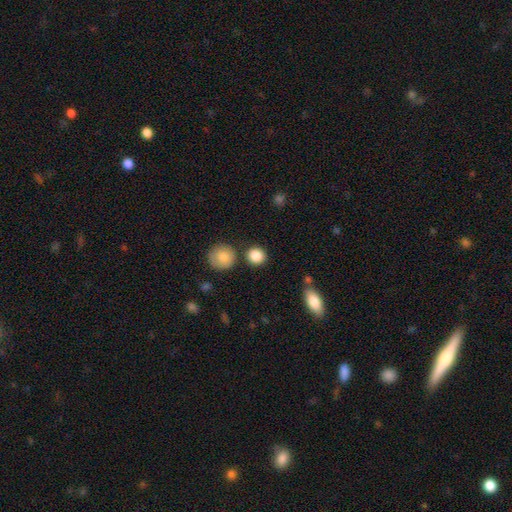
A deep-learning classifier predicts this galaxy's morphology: smooth-or-featured: smooth: 86% | star or artifact: 9% | featured or disk: 5%
  how-rounded: round: 89% | in between: 10% | cigar-shaped: 1%
  merging: none: 83% | minor disturbance: 8% | merger: 6% | major disturbance: 3%